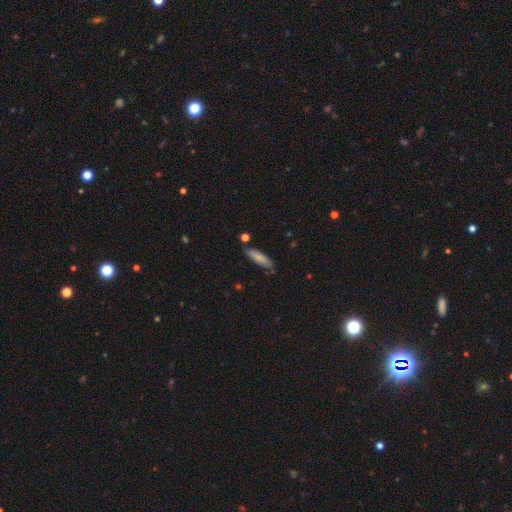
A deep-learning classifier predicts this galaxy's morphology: smooth_or_featured: smooth (p=0.73) [alt: featured or disk p=0.17]
how_rounded: cigar-shaped (p=0.69) [alt: in between p=0.28]
merging: none (p=0.78) [alt: minor disturbance p=0.15]